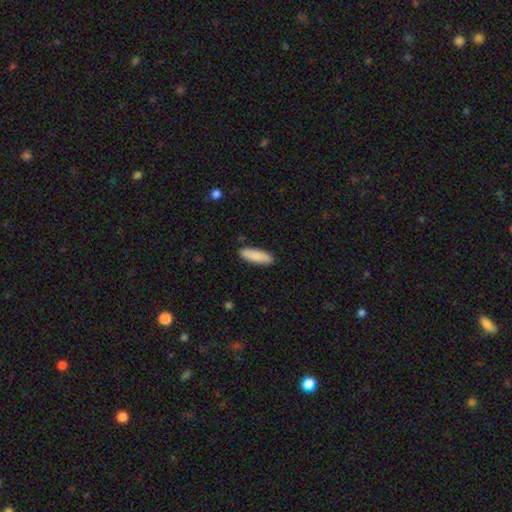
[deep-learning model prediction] Smooth or featured: smooth — 85% (featured or disk — 10%)
How rounded: in between — 50% (cigar-shaped — 48%)
Merging: none — 87% (minor disturbance — 10%)